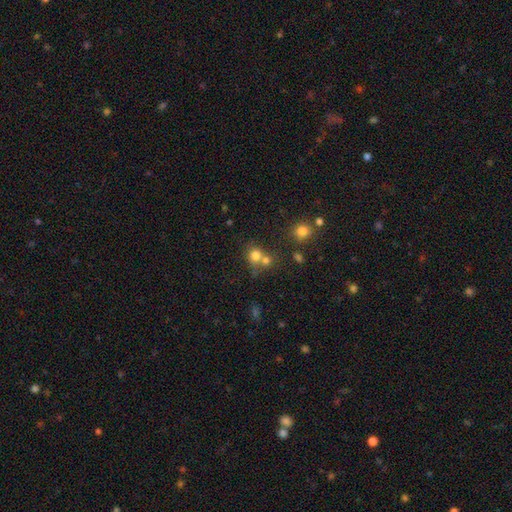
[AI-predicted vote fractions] smooth_or_featured: smooth (p=0.76) [alt: star or artifact p=0.14]
how_rounded: round (p=0.82) [alt: in between p=0.17]
merging: none (p=0.47) [alt: merger p=0.41]